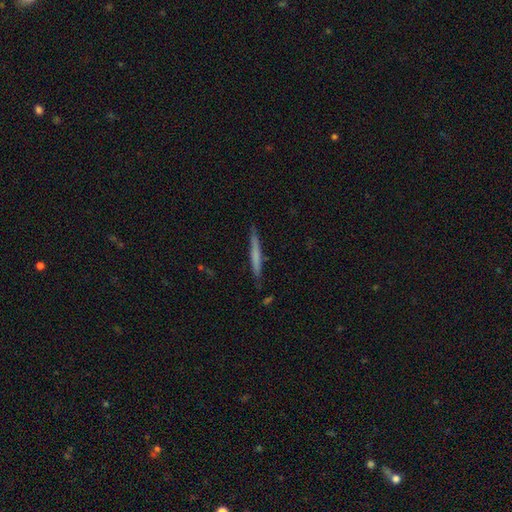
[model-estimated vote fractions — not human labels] smooth 58%, featured or disk 36%, star or artifact 6%. Down the decision tree: how rounded — cigar-shaped (97%); merging — none (87%).